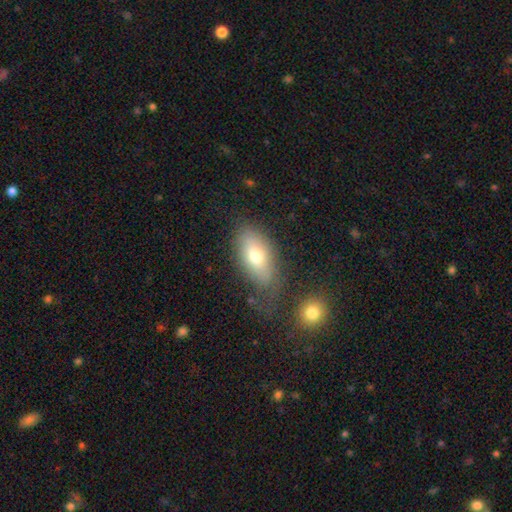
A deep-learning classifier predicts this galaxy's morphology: This is likely a smooth galaxy (71%). How rounded: clearly in between (89%). Merging: likely none (65%).